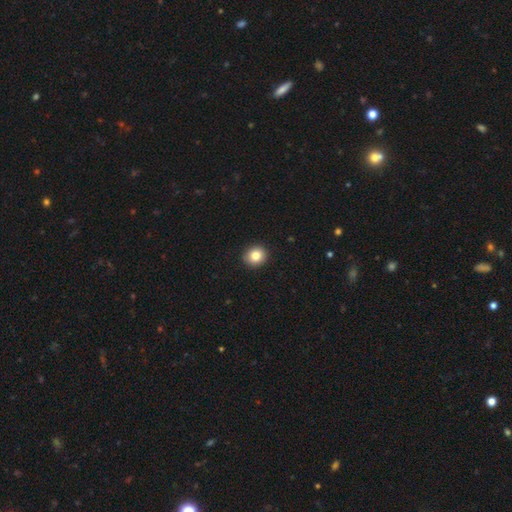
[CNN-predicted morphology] Smooth or featured? Predicted: smooth (p=0.84). How rounded? Predicted: round (p=0.84). Merging? Predicted: none (p=0.92).